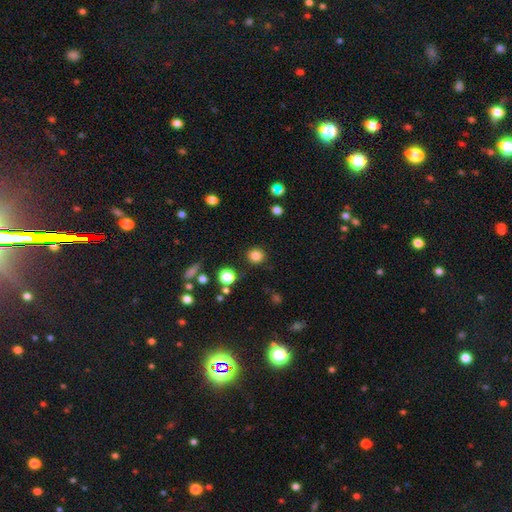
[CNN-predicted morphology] The model was most divided on "smooth or featured": smooth: 83%, star or artifact: 12%, featured or disk: 5%. More confident: how rounded — round (91%); merging — none (89%).